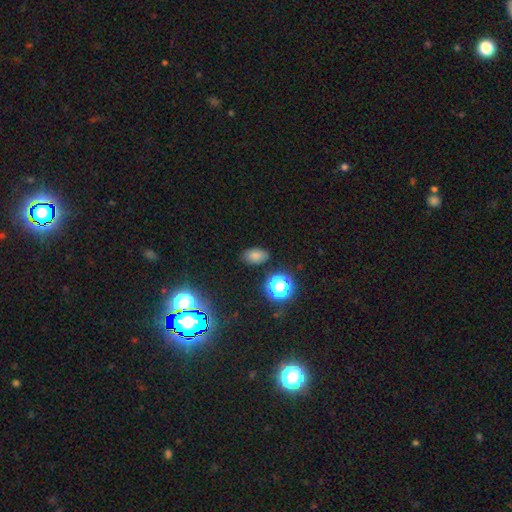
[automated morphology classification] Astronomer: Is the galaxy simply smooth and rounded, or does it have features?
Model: smooth — 74%.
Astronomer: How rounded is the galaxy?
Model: in between — 86%.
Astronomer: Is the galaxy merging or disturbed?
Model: none — 82%.